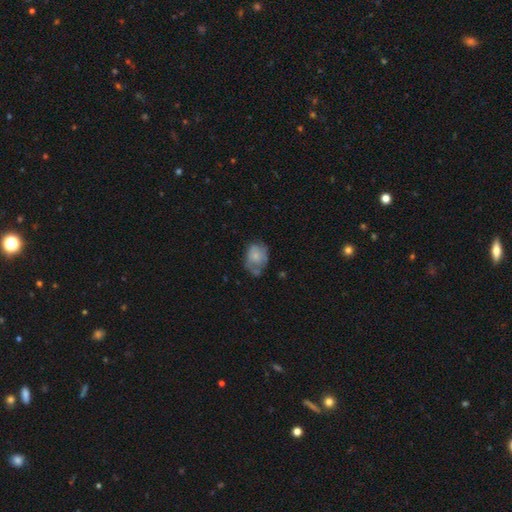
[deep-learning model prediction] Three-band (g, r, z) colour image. It shows a smooth galaxy with no disk features (61%) that is in between round and cigar-shaped (66%). Merging: none (43%).